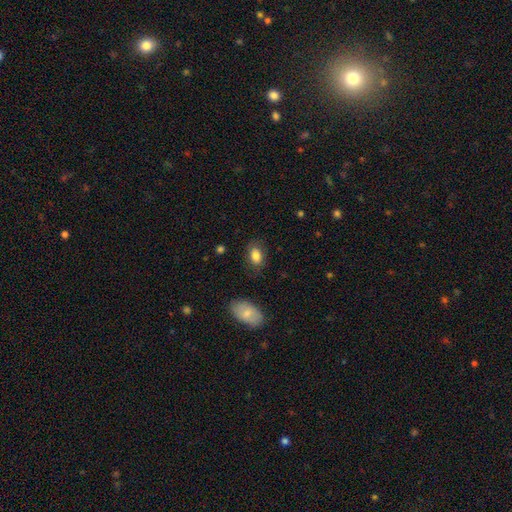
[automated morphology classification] type=smooth (83%); roundness=in between (86%); merging=none (81%).